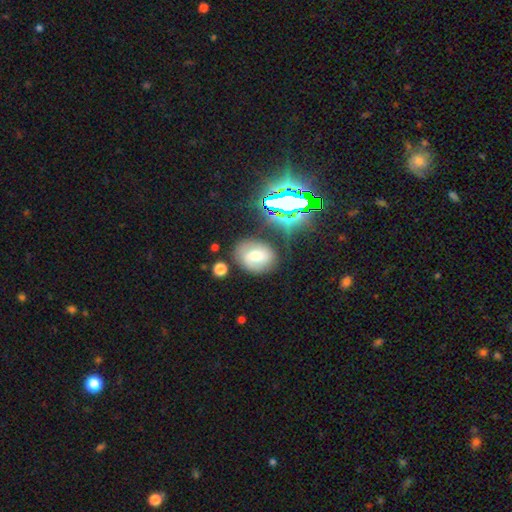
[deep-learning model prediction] Smooth or featured: smooth — 53% (featured or disk — 30%)
How rounded: in between — 57% (round — 42%)
Merging: none — 74% (minor disturbance — 15%)